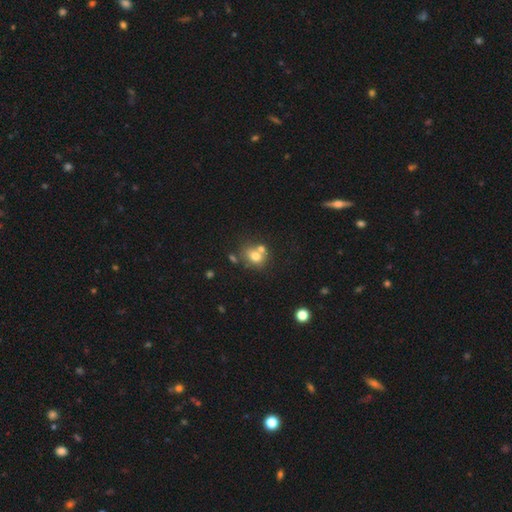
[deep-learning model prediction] Overall: smooth (71%). How rounded: round (58%; in between 41%). Merging: none (48%; merger 35%).